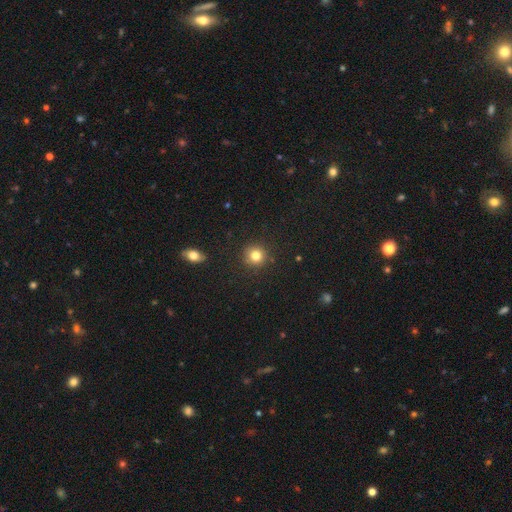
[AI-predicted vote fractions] This is clearly a smooth galaxy (81%). How rounded: clearly round (92%). Merging: clearly none (89%).